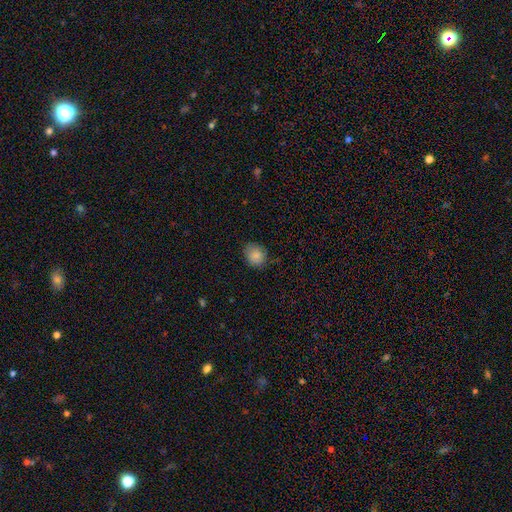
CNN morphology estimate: smooth_or_featured: smooth (p=0.85) [alt: star or artifact p=0.09]
how_rounded: round (p=0.64) [alt: in between p=0.35]
merging: none (p=0.74) [alt: minor disturbance p=0.21]